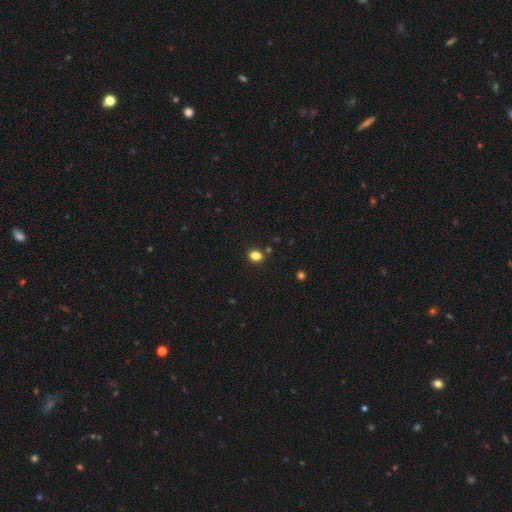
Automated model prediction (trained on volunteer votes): Smooth or featured?
  - smooth: 83% *
  - star or artifact: 12%
  - featured or disk: 5%
How rounded?
  - in between: 50% *
  - round: 49%
  - cigar-shaped: 1%
Merging?
  - none: 83% *
  - minor disturbance: 9%
  - merger: 5%
  - major disturbance: 2%